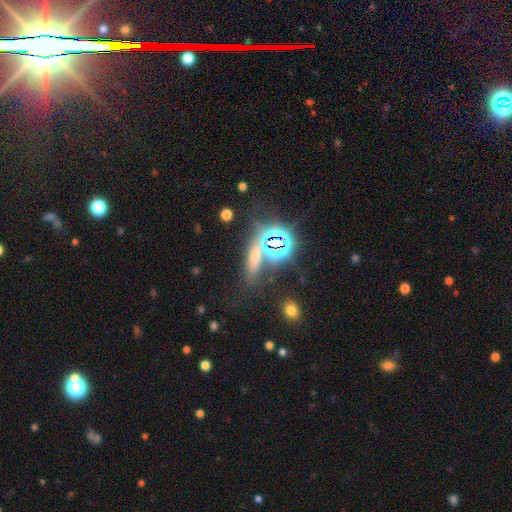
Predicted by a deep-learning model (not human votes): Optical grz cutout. It shows a star or artifact, not a galaxy (43%, tied with smooth).